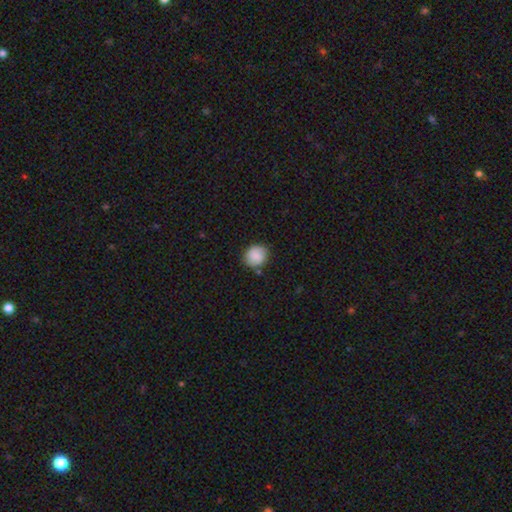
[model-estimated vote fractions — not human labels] smooth_or_featured: smooth (p=0.78) [alt: featured or disk p=0.14]
how_rounded: round (p=0.78) [alt: in between p=0.21]
merging: none (p=0.80) [alt: minor disturbance p=0.14]